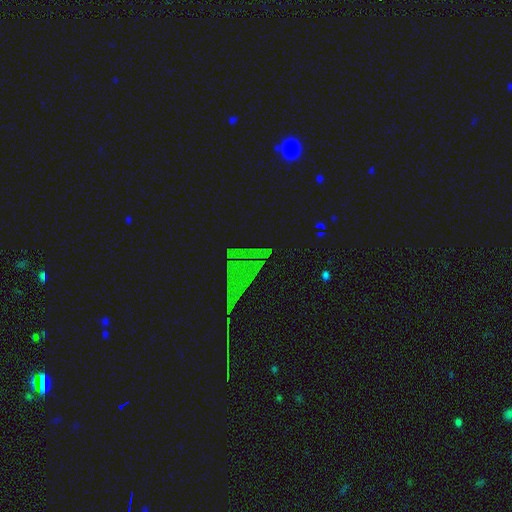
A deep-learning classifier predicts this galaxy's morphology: A star or artifact, not a galaxy (73%).